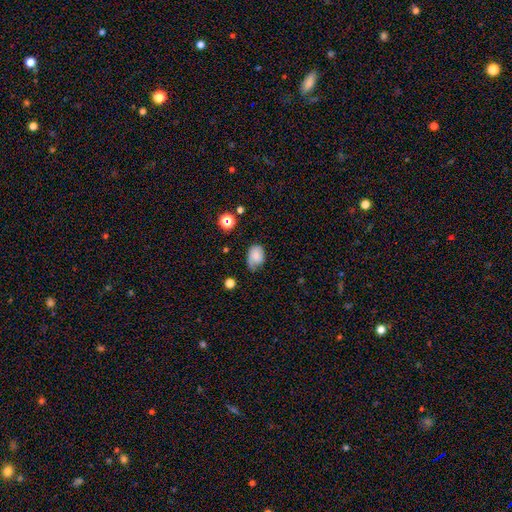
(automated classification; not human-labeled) Smooth or featured? Predicted: smooth (p=0.69). How rounded? Predicted: in between (p=0.79). Merging? Predicted: none (p=0.47).